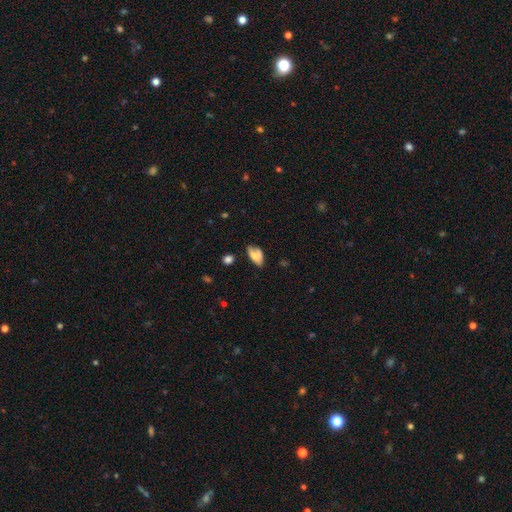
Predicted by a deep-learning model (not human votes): smooth 62%, featured or disk 29%, star or artifact 10%. Down the decision tree: how rounded — in between (89%); merging — none (41%).